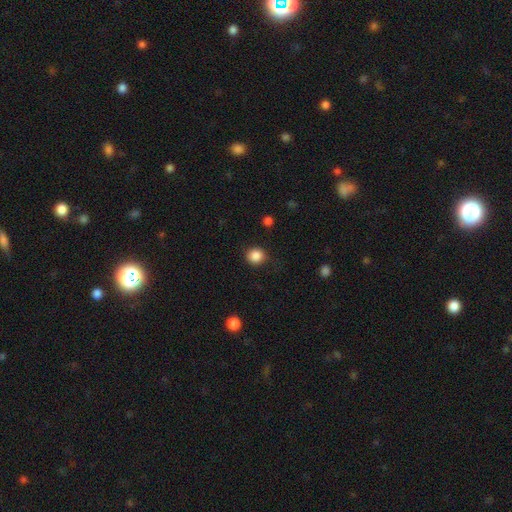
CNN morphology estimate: A smooth galaxy with no disk features (87%) that is round (89%).

Vote fractions:
- Smooth or featured? smooth: 87% / star or artifact: 10% / featured or disk: 3%
- How rounded? round: 89% / in between: 10% / cigar-shaped: 1%
- Merging? none: 87% / minor disturbance: 9% / major disturbance: 3% / merger: 1%